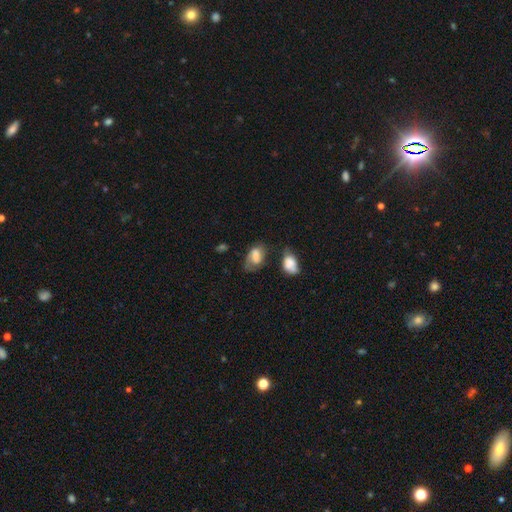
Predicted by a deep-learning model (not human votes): Smooth or featured? Predicted: smooth (p=0.61). How rounded? Predicted: in between (p=0.86). Merging? Predicted: none (p=0.45).